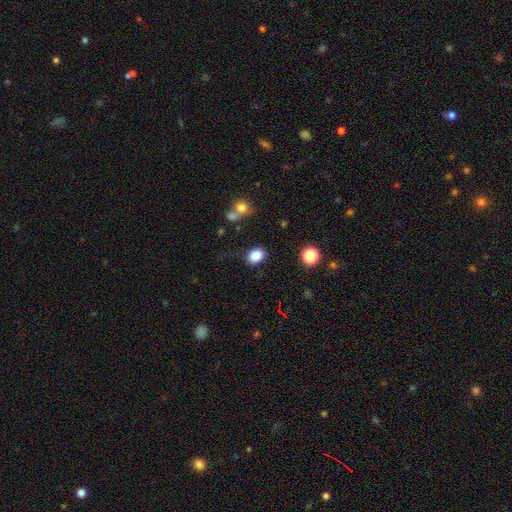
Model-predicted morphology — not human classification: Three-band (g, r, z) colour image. It shows a smooth galaxy with no disk features (86%) that is in between round and cigar-shaped (65%). Merging: none (81%).